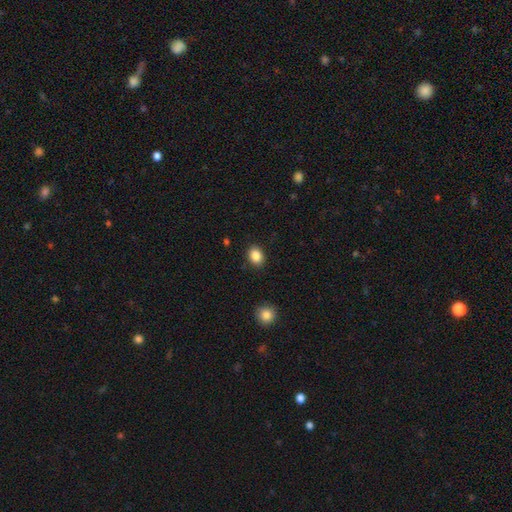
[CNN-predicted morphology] This appears to be a smooth galaxy with no disk features (87%) that is in between round and cigar-shaped (63%). Merging: none (89%).